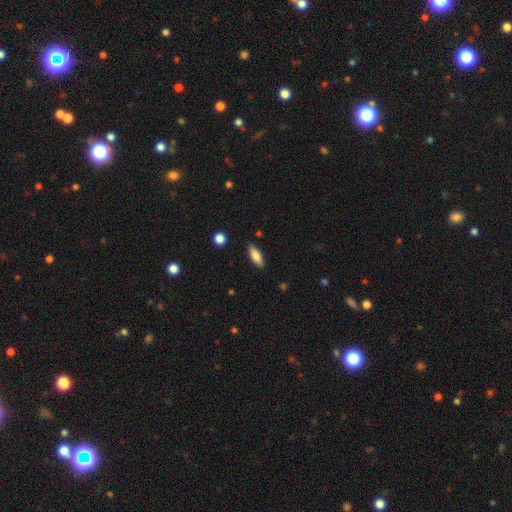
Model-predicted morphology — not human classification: Overall: smooth (78%). How rounded: in between (61%; cigar-shaped 37%). Merging: none (87%).